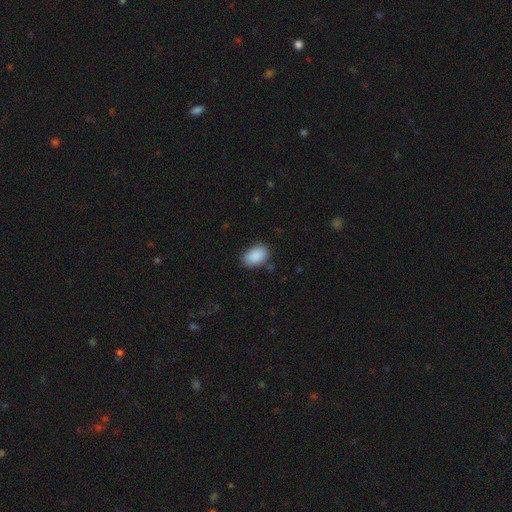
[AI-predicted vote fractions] Smooth or featured? smooth (90%)
How rounded? in between (89%)
Merging? none (82%)